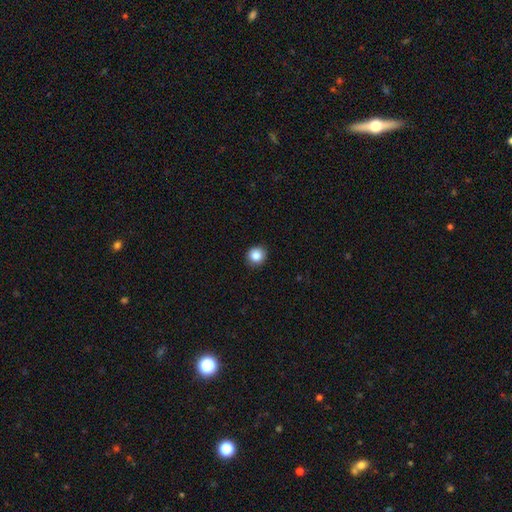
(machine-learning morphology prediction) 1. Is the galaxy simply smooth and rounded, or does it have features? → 86% smooth, 10% star or artifact, 5% featured or disk.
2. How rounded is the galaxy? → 92% round, 8% in between, 1% cigar-shaped.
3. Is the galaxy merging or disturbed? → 91% none, 6% minor disturbance, 2% major disturbance, 1% merger.